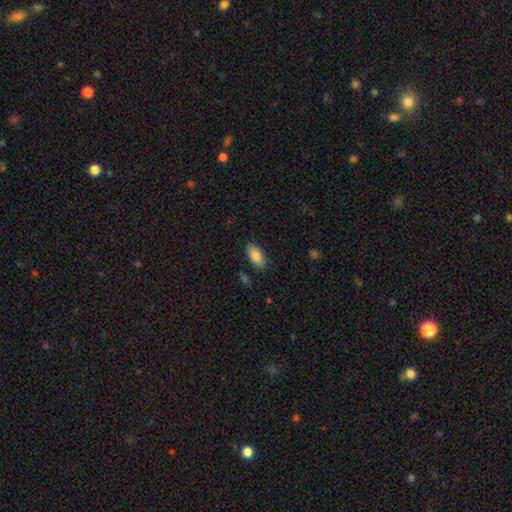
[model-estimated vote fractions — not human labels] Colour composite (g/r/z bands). It shows a smooth galaxy with no disk features (84%) that is in between round and cigar-shaped (92%). Merging: none (84%).